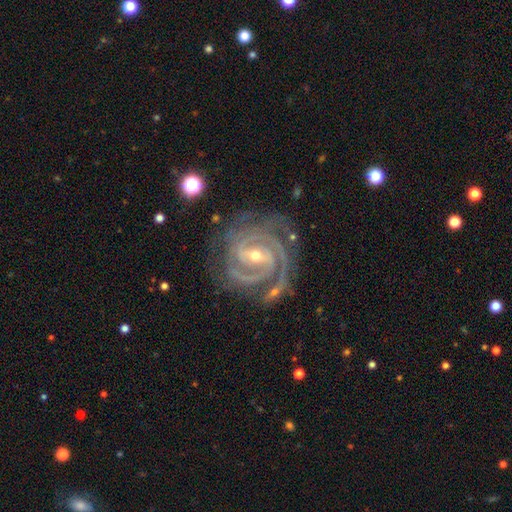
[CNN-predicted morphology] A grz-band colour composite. It shows a featured or disk galaxy (93%) with a weak bar (42%), 3 (39%) tight (75%) spiral arms (99%) and a small central bulge (55%). Merging: none (70%).